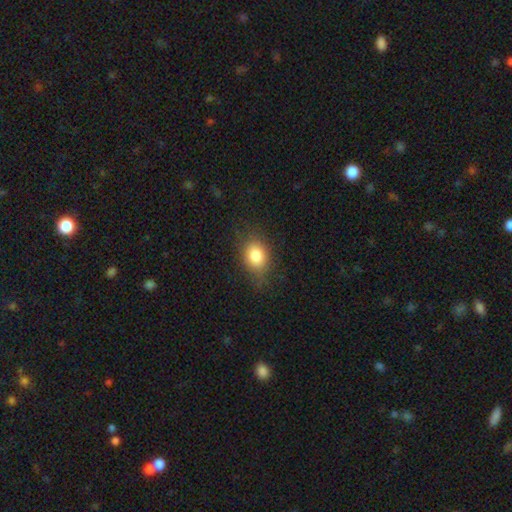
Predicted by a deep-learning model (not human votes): This is clearly a smooth galaxy (81%). How rounded: likely in between (63%). Merging: likely none (72%).